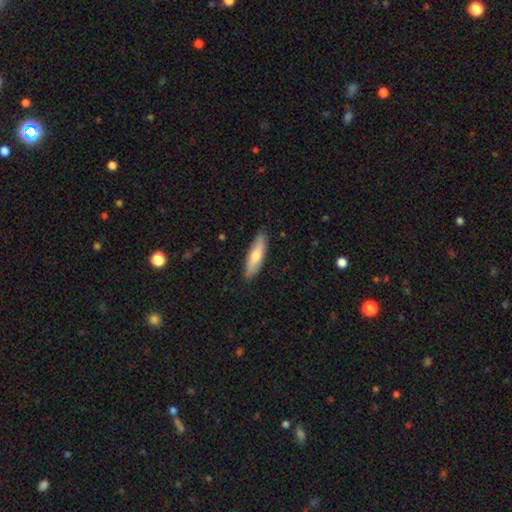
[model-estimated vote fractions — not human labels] smooth_or_featured: smooth (p=0.65) [alt: featured or disk p=0.29]
how_rounded: cigar-shaped (p=0.64) [alt: in between p=0.34]
merging: none (p=0.86) [alt: minor disturbance p=0.11]